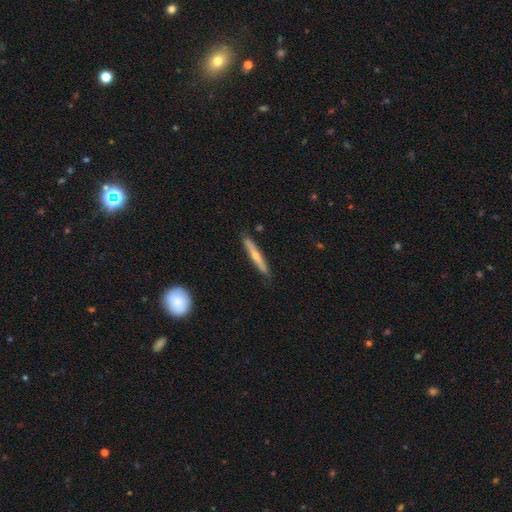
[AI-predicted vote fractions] Overall: featured or disk (51%; smooth 43%). Edge-on disk: yes (94%). Merging: none (85%).